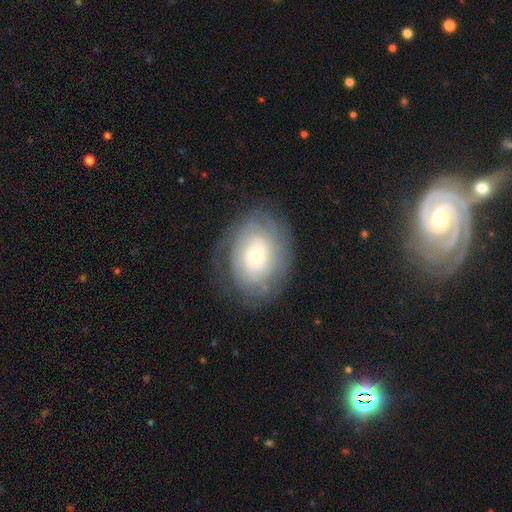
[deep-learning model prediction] Smooth or featured: featured or disk — 69% (smooth — 24%)
Edge-on disk: no — 96% (yes — 4%)
Bar: no — 79% (weak — 17%)
Spiral arms: yes — 82% (no — 18%)
Spiral winding: tight — 78% (medium — 16%)
Spiral arm count: can't tell — 59% (2 — 11%)
Bulge size: small — 70% (moderate — 23%)
Merging: none — 77% (minor disturbance — 15%)